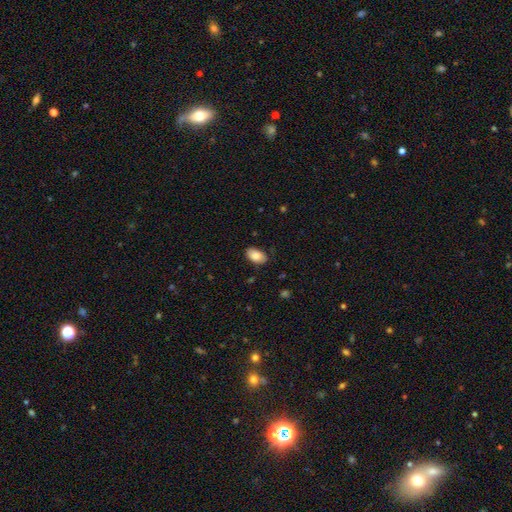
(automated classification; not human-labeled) Smooth or featured: smooth — 85% (featured or disk — 8%)
How rounded: in between — 92% (round — 7%)
Merging: none — 81% (minor disturbance — 15%)